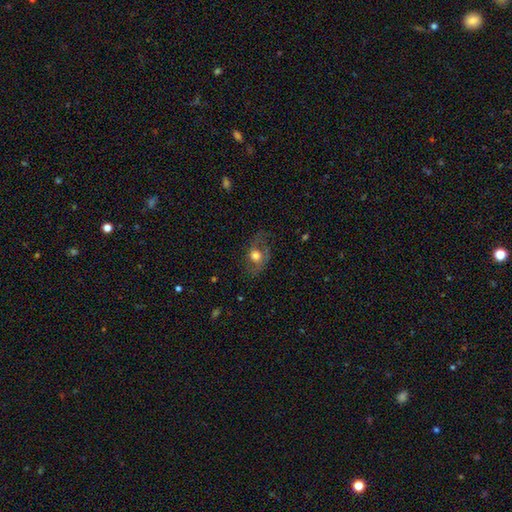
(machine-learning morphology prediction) This is possibly a smooth galaxy (47%). Merging: possibly none (57%).